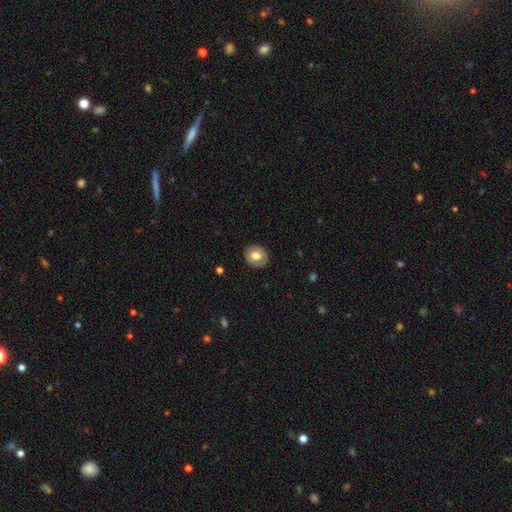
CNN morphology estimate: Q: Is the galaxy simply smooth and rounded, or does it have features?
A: smooth — 66%.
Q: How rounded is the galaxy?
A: round — 64%.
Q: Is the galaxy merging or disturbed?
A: none — 87%.